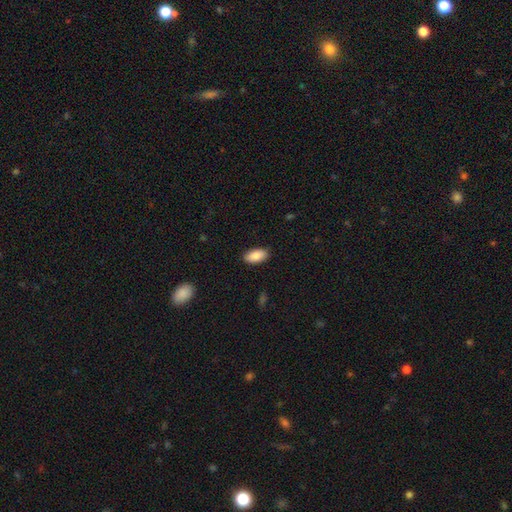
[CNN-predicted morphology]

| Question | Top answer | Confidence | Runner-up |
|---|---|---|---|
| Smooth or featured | smooth | 87% | featured or disk (7%) |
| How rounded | in between | 93% | cigar-shaped (5%) |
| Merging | none | 89% | minor disturbance (8%) |